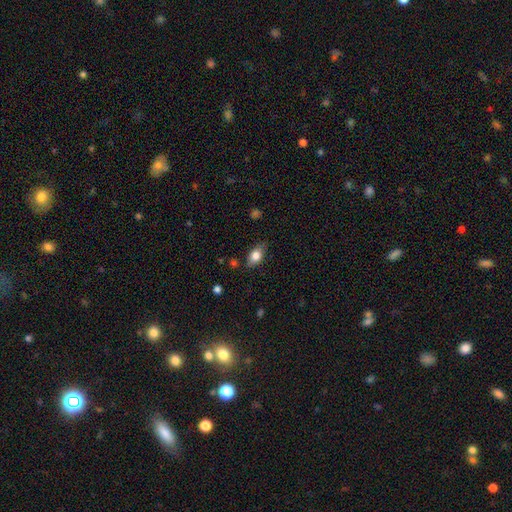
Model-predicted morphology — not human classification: smooth_or_featured: smooth (p=0.77) [alt: featured or disk p=0.15]
how_rounded: in between (p=0.84) [alt: round p=0.10]
merging: none (p=0.78) [alt: minor disturbance p=0.17]